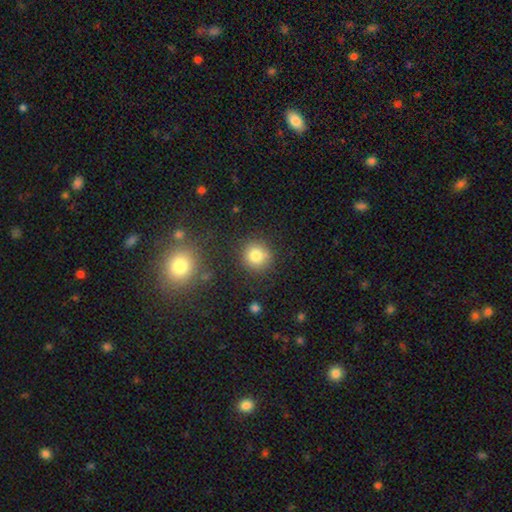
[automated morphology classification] Smooth or featured?
  - smooth: 82% *
  - star or artifact: 12%
  - featured or disk: 7%
How rounded?
  - round: 91% *
  - in between: 8%
  - cigar-shaped: 1%
Merging?
  - none: 84% *
  - minor disturbance: 9%
  - merger: 3%
  - major disturbance: 3%